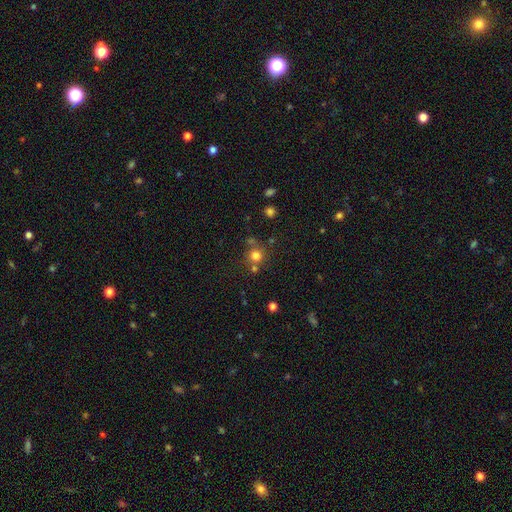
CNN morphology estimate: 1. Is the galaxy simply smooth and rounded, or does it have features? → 76% smooth, 16% star or artifact, 8% featured or disk.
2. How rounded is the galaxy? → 91% round, 8% in between, 1% cigar-shaped.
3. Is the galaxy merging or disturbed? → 68% none, 19% merger, 9% minor disturbance, 4% major disturbance.